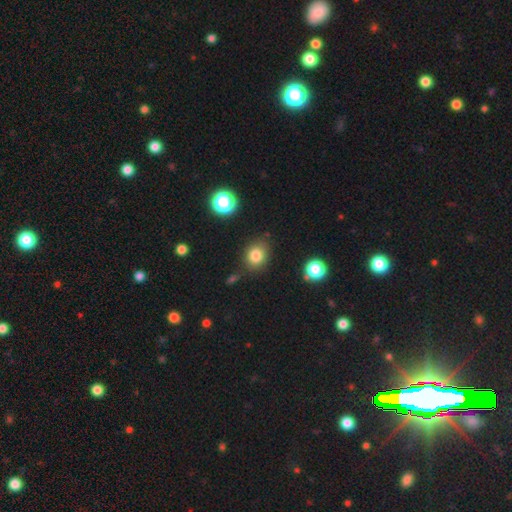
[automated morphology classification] smooth_or_featured: smooth (p=0.81) [alt: star or artifact p=0.12]
how_rounded: round (p=0.67) [alt: in between p=0.32]
merging: none (p=0.78) [alt: minor disturbance p=0.14]